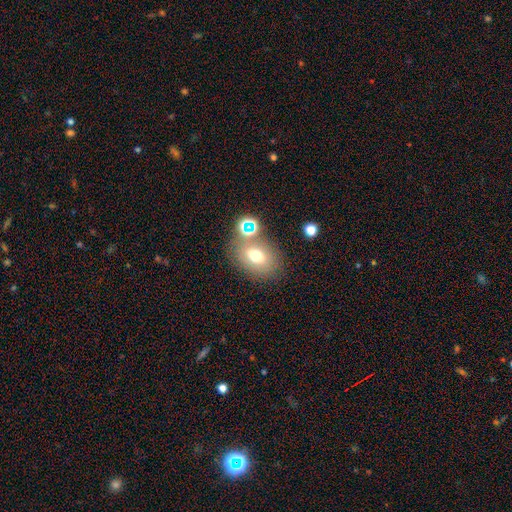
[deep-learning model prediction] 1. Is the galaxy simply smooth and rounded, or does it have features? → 67% smooth, 18% featured or disk, 15% star or artifact.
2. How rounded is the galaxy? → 69% in between, 30% round, 1% cigar-shaped.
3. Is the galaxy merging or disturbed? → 65% none, 15% merger, 14% minor disturbance, 6% major disturbance.